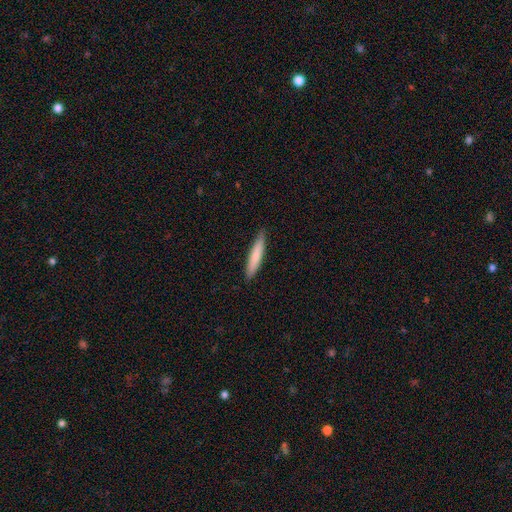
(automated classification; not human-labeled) A smooth galaxy with no disk features (77%) that is cigar-shaped (92%). Merging: none (88%).